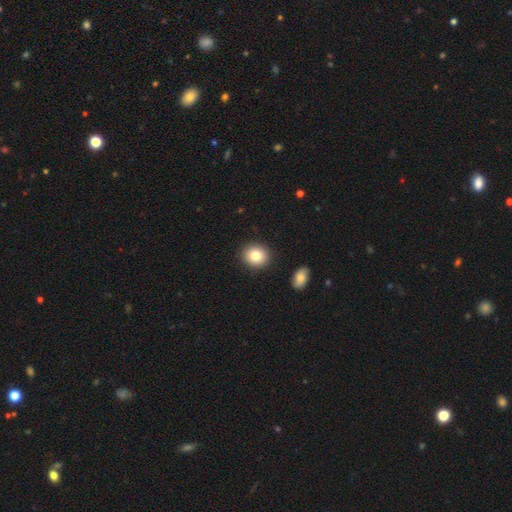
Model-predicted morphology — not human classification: This is clearly a smooth galaxy (83%). How rounded: likely round (78%). Merging: clearly none (89%).